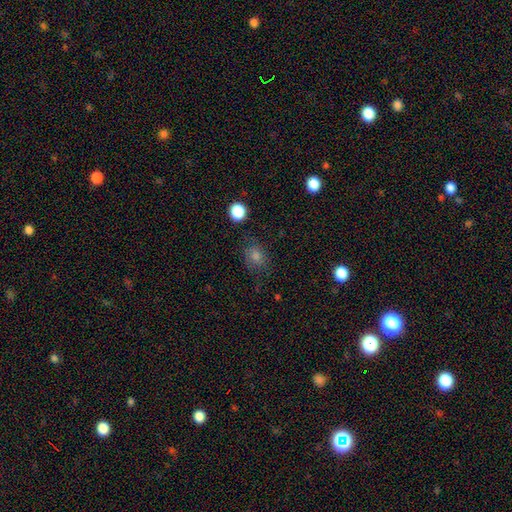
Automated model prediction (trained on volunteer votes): Q: Smooth or featured?
A: smooth (70%); runner-up: star or artifact (19%)
Q: How rounded?
A: round (56%); runner-up: in between (43%)
Q: Merging?
A: none (76%); runner-up: minor disturbance (16%)